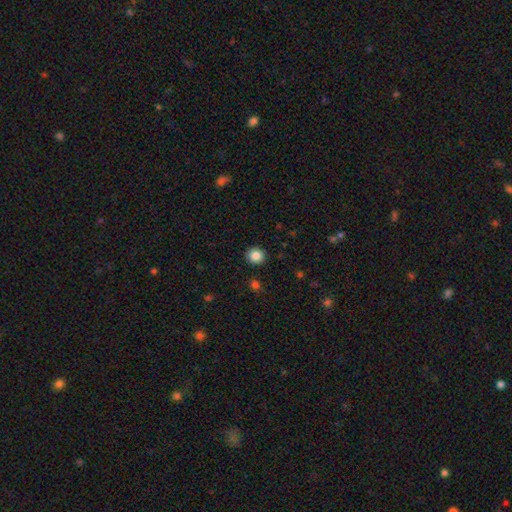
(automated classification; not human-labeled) Q: Smooth or featured?
A: smooth (85%); runner-up: star or artifact (10%)
Q: How rounded?
A: round (87%); runner-up: in between (12%)
Q: Merging?
A: none (91%); runner-up: minor disturbance (6%)